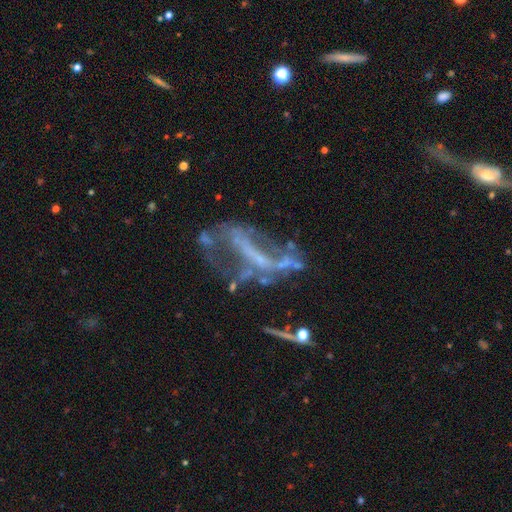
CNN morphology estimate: This is likely a featured or disk galaxy (68%). It is clearly not viewed edge-on (86%). Bar: possibly no (47%). Spiral arm pattern: likely no (71%). Central bulge: likely none (63%). Merging: marginally major disturbance (39%).